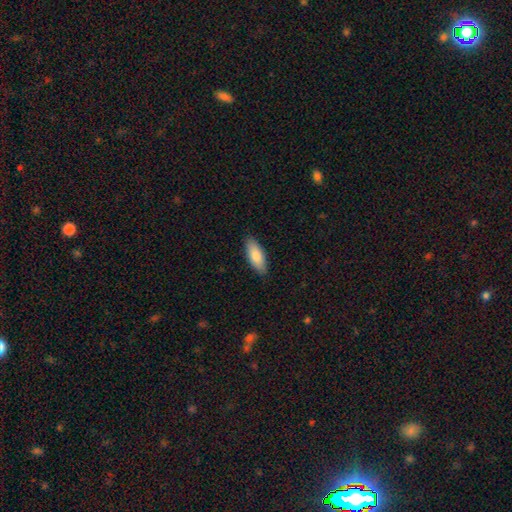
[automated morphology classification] This appears to be a smooth galaxy with no disk features (84%) that is in between round and cigar-shaped (76%). Merging: none (88%).